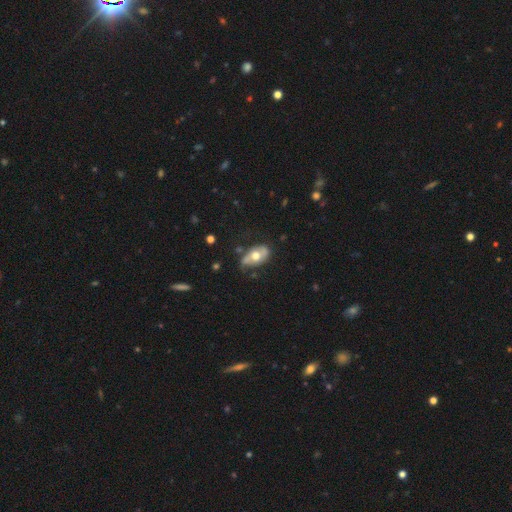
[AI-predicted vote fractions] Smooth or featured: smooth — 47% (tied with featured or disk — 47%)
Merging: none — 63% (minor disturbance — 26%)